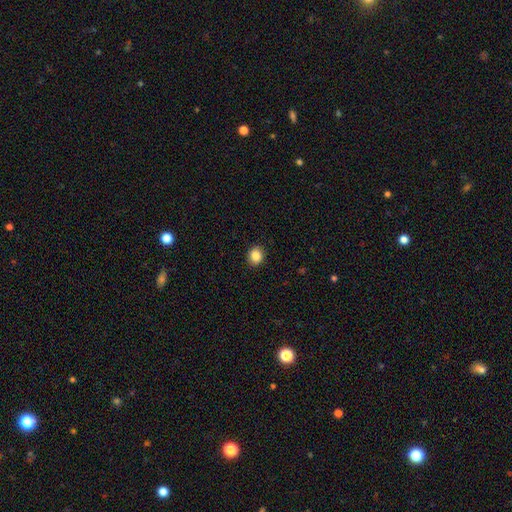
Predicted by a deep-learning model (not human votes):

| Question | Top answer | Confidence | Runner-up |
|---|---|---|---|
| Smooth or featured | smooth | 87% | star or artifact (9%) |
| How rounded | round | 68% | in between (31%) |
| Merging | none | 91% | minor disturbance (6%) |